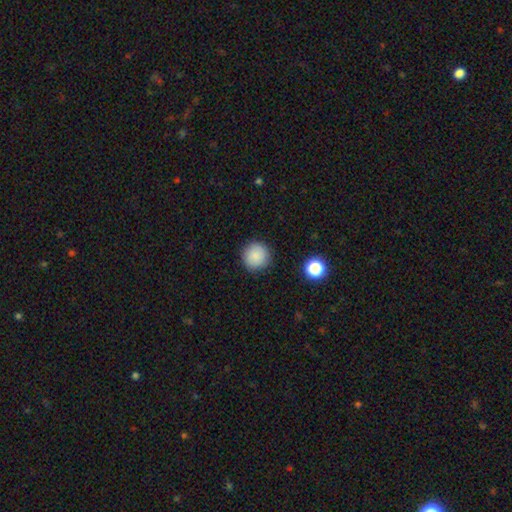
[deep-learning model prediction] Smooth or featured?
  - smooth: 85% *
  - star or artifact: 10%
  - featured or disk: 5%
How rounded?
  - round: 95% *
  - in between: 4%
  - cigar-shaped: 1%
Merging?
  - none: 90% *
  - minor disturbance: 7%
  - major disturbance: 2%
  - merger: 1%